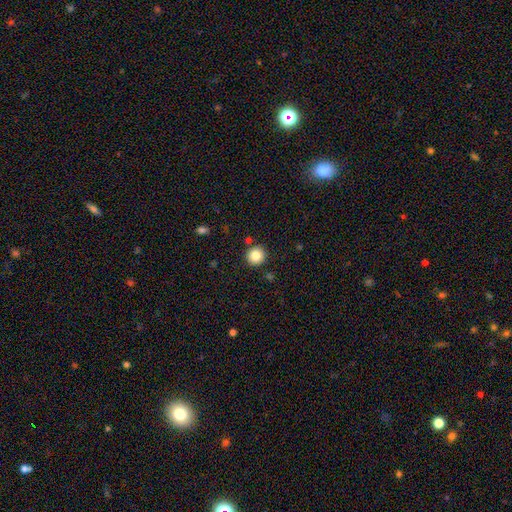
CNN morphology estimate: Smooth or featured: smooth — 84% (star or artifact — 10%)
How rounded: round — 94% (in between — 5%)
Merging: none — 90% (minor disturbance — 6%)